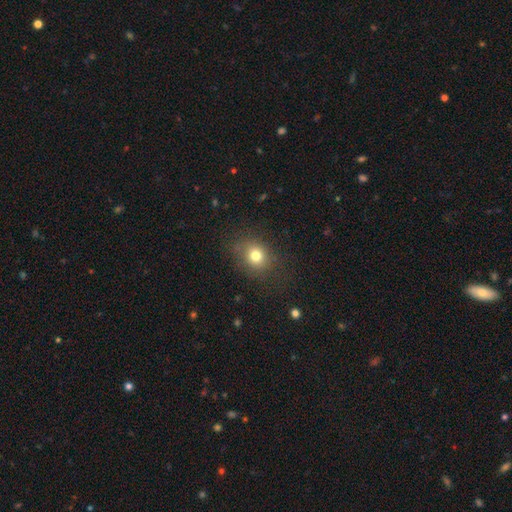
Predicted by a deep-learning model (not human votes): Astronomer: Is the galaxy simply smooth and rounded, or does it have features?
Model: smooth — 77%.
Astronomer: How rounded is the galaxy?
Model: round — 70%.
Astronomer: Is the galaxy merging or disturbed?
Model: none — 80%.